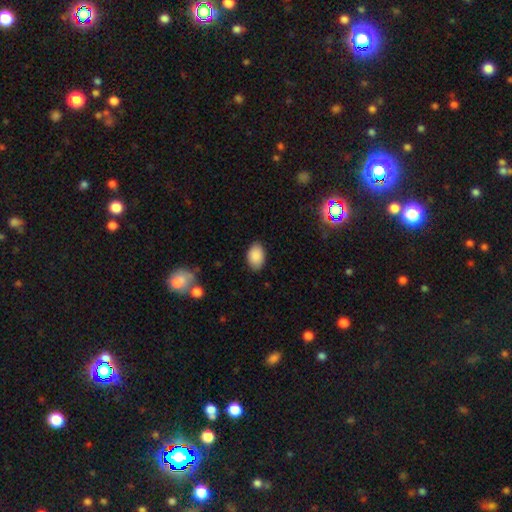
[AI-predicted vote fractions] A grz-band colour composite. It shows a smooth galaxy with no disk features (88%) that is in between round and cigar-shaped (88%). Merging: none (85%).